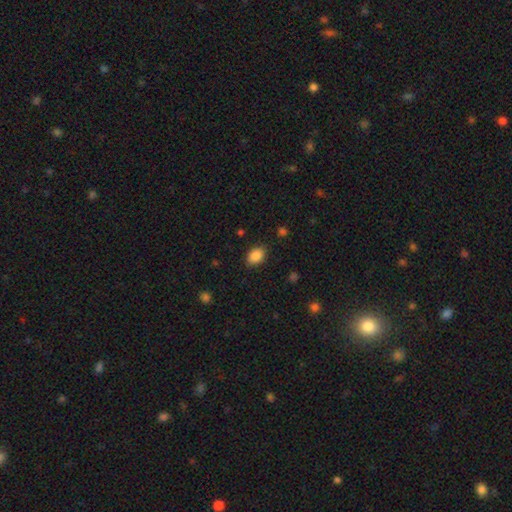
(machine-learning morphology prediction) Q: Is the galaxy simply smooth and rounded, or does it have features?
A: smooth — 88%.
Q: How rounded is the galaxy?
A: in between — 80%.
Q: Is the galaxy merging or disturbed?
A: none — 85%.